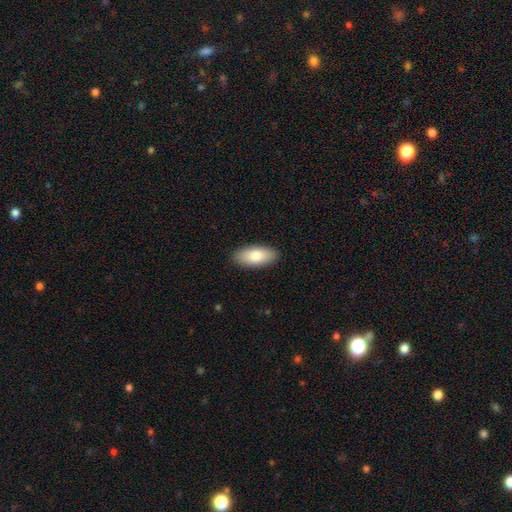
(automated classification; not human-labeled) Smooth or featured? smooth (81%)
How rounded? in between (87%)
Merging? none (90%)